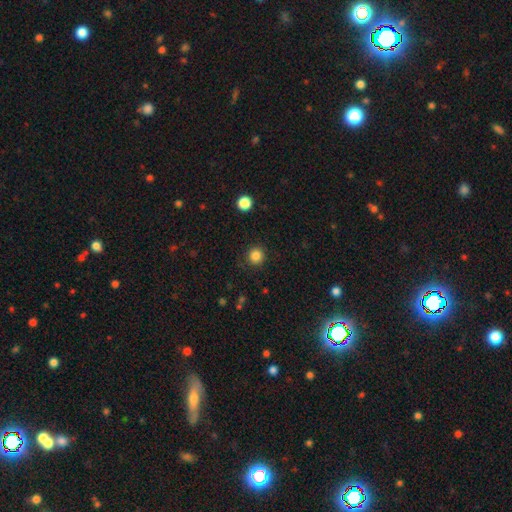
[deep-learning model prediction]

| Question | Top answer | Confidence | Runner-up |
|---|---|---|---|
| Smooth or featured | smooth | 84% | star or artifact (12%) |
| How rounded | round | 94% | in between (5%) |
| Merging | none | 89% | minor disturbance (7%) |